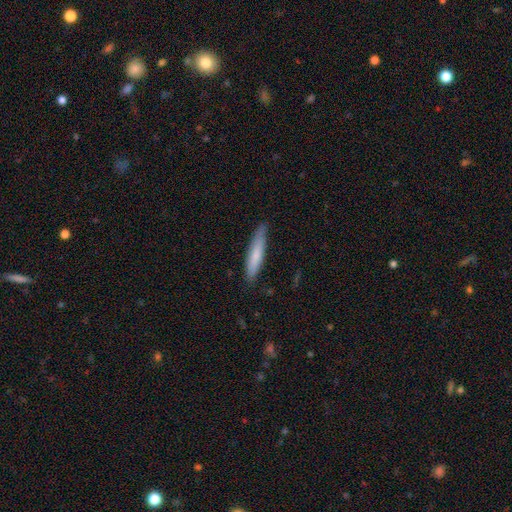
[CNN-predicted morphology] Smooth or featured? smooth (74%)
How rounded? cigar-shaped (86%)
Merging? none (80%)